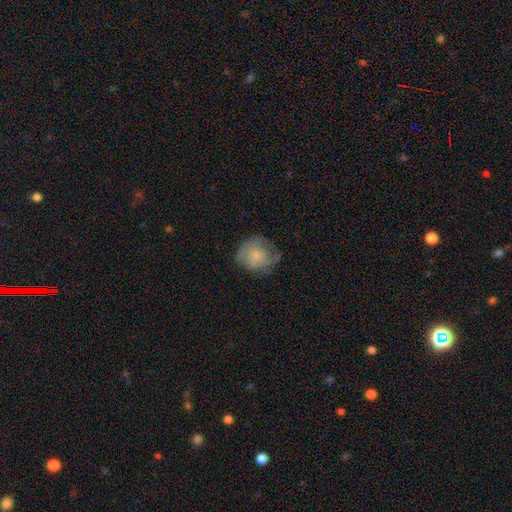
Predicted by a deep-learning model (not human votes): smooth 55%, featured or disk 38%, star or artifact 7%. Down the decision tree: how rounded — round (76%); merging — none (56%).